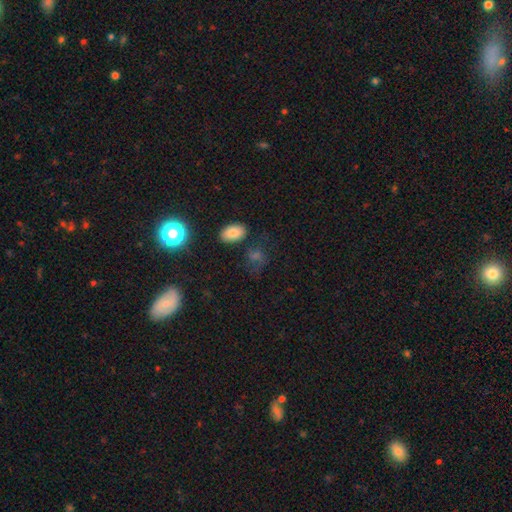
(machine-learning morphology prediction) type=smooth (59%); roundness=in between (62%); merging=none (71%).